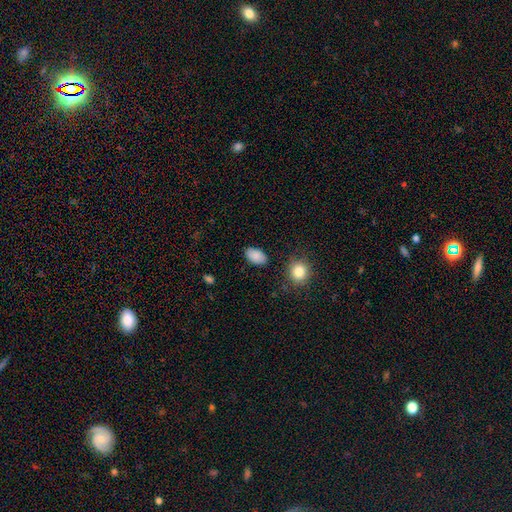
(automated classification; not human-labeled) Smooth or featured?
  - smooth: 88% *
  - star or artifact: 7%
  - featured or disk: 4%
How rounded?
  - in between: 91% *
  - round: 7%
  - cigar-shaped: 1%
Merging?
  - none: 85% *
  - minor disturbance: 10%
  - major disturbance: 3%
  - merger: 2%